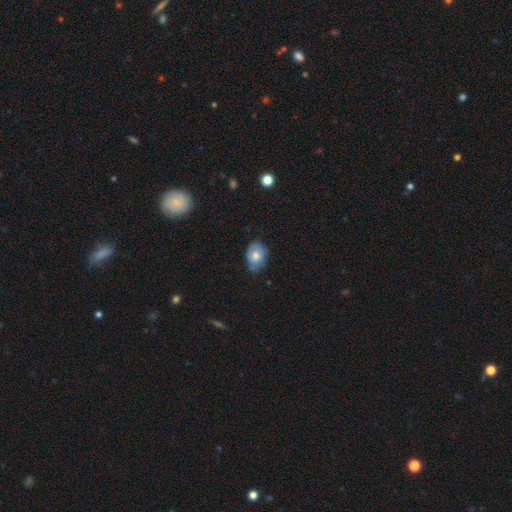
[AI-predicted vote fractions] Smooth or featured? Predicted: smooth (p=0.70). How rounded? Predicted: in between (p=0.69). Merging? Predicted: none (p=0.63).